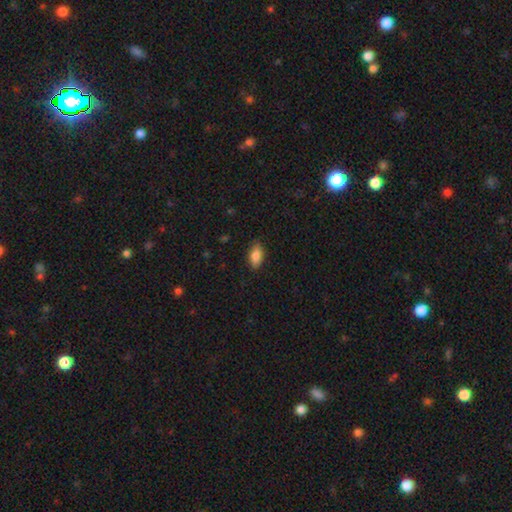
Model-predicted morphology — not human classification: This is clearly a smooth galaxy (85%). How rounded: clearly in between (90%). Merging: clearly none (83%).